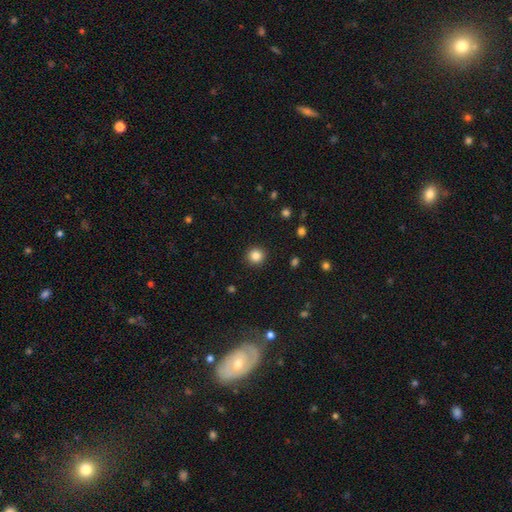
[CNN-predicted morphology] A smooth galaxy with no disk features (85%) that is round (94%).

Vote fractions:
- Smooth or featured? smooth: 85% / star or artifact: 11% / featured or disk: 4%
- How rounded? round: 94% / in between: 5% / cigar-shaped: 1%
- Merging? none: 92% / minor disturbance: 5% / major disturbance: 2% / merger: 1%